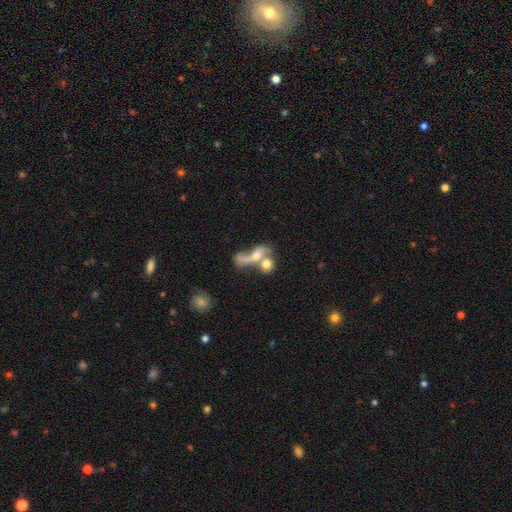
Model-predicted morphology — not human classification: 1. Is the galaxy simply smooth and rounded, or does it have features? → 51% featured or disk, 37% smooth, 12% star or artifact.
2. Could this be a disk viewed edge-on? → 90% no, 10% yes.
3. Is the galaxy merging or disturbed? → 57% merger, 20% none, 14% major disturbance, 8% minor disturbance.